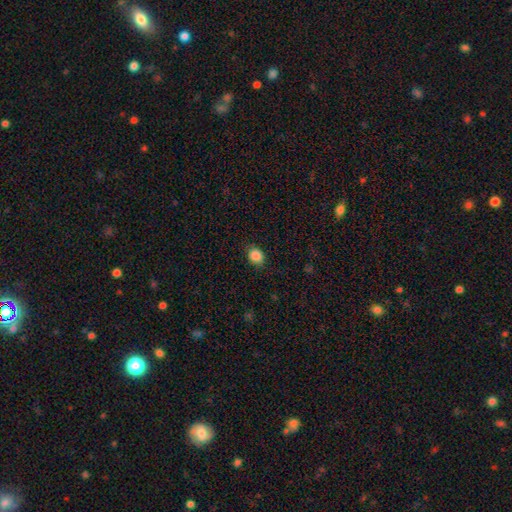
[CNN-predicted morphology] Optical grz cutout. It shows a smooth galaxy with no disk features (87%) that is round (56%). Merging: none (85%).